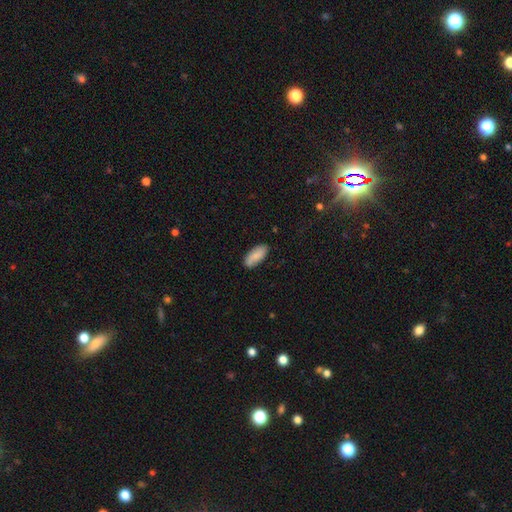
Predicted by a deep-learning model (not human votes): smooth_or_featured: smooth (p=0.84) [alt: featured or disk p=0.10]
how_rounded: in between (p=0.83) [alt: cigar-shaped p=0.15]
merging: none (p=0.83) [alt: minor disturbance p=0.13]